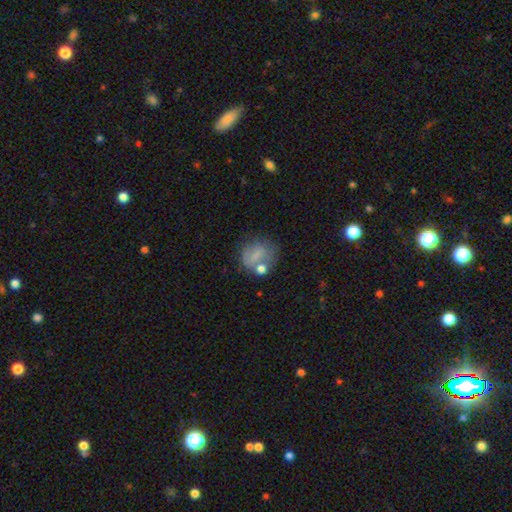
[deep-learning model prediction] Smooth or featured? smooth (63%)
How rounded? round (64%)
Merging? none (45%)